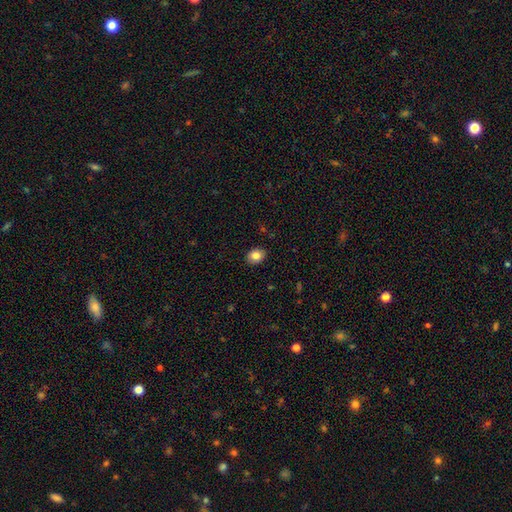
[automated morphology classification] Smooth or featured: smooth — 83% (star or artifact — 9%)
How rounded: in between — 51% (round — 48%)
Merging: none — 89% (minor disturbance — 8%)